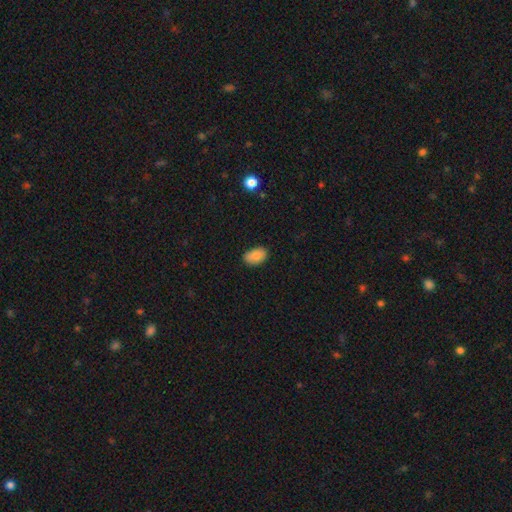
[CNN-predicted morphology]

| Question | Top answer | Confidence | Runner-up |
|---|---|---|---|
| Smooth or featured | smooth | 84% | featured or disk (8%) |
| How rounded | in between | 91% | round (8%) |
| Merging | none | 84% | minor disturbance (12%) |